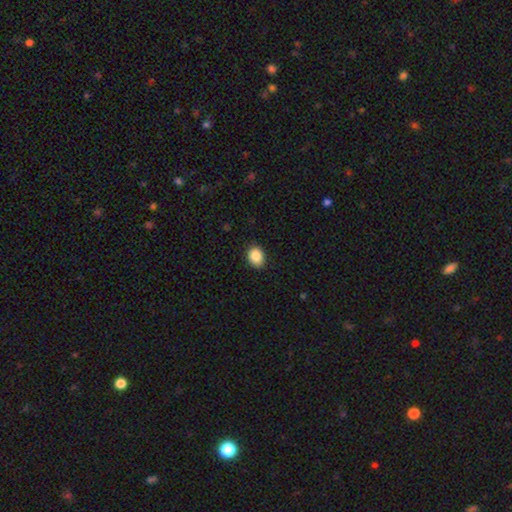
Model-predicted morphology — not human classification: Overall: smooth (87%). How rounded: in between (56%; round 43%). Merging: none (87%).